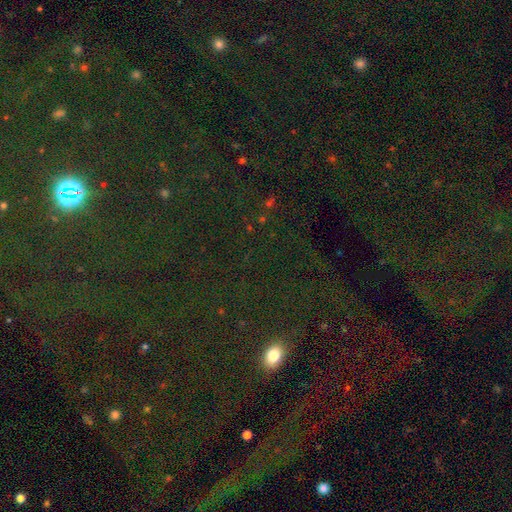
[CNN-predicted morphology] Q: Smooth or featured?
A: star or artifact (78%); runner-up: smooth (13%)